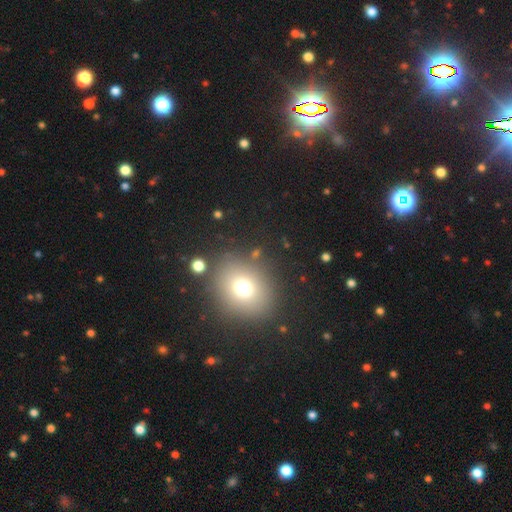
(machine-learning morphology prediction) smooth 62%, star or artifact 27%, featured or disk 10%. Down the decision tree: how rounded — round (74%); merging — none (87%).